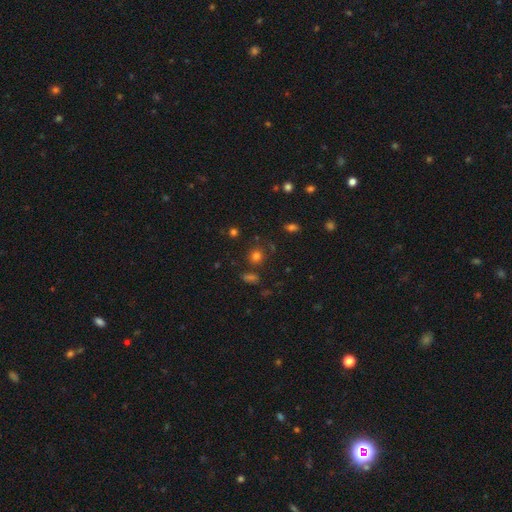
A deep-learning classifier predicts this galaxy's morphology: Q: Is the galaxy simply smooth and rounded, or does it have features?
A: smooth — 74%.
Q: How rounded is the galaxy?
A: round — 84%.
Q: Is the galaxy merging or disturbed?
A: none — 79%.